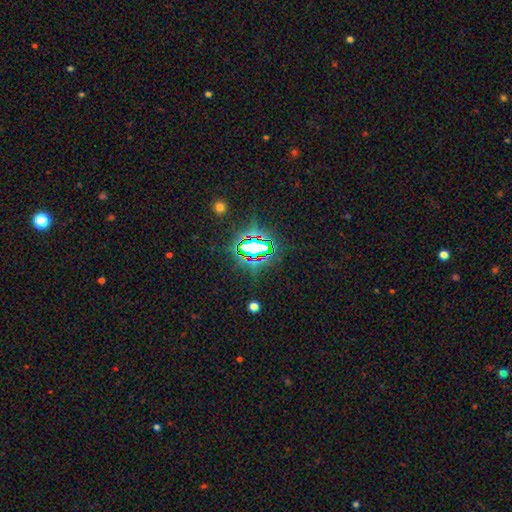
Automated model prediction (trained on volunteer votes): This appears to be a star or artifact, not a galaxy (77%).